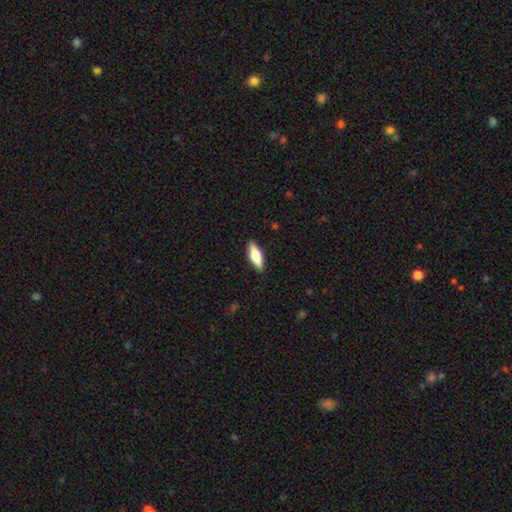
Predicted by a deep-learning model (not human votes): smooth-or-featured: smooth: 65% | featured or disk: 29% | star or artifact: 6%
  how-rounded: in between: 57% | cigar-shaped: 40% | round: 2%
  merging: none: 89% | minor disturbance: 8% | major disturbance: 2% | merger: 1%